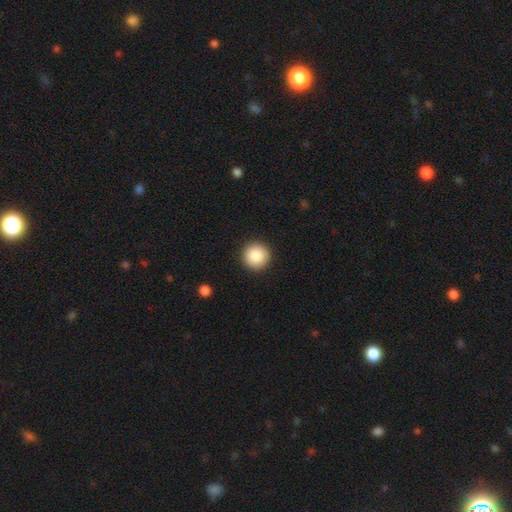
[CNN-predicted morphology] This appears to be a smooth galaxy with no disk features (88%) that is round (96%). Merging: none (93%).